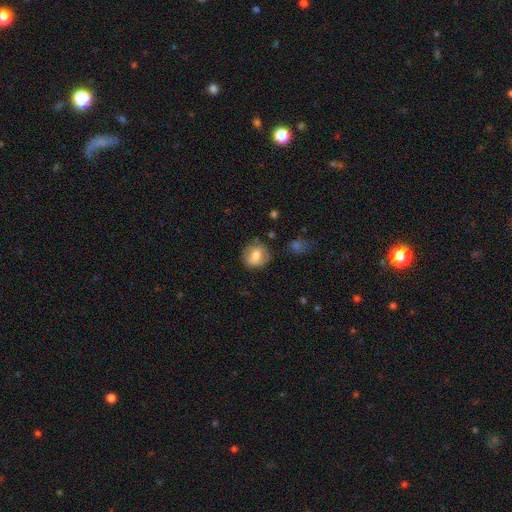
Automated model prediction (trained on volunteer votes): This is likely a smooth galaxy (65%). How rounded: likely round (75%). Merging: likely none (74%).